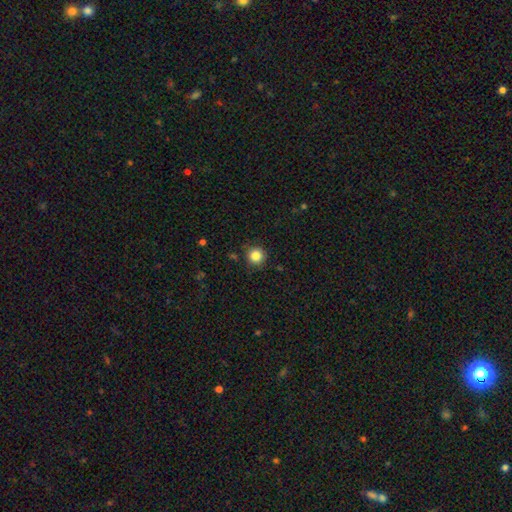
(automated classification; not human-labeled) Smooth or featured? smooth (85%)
How rounded? round (95%)
Merging? none (89%)